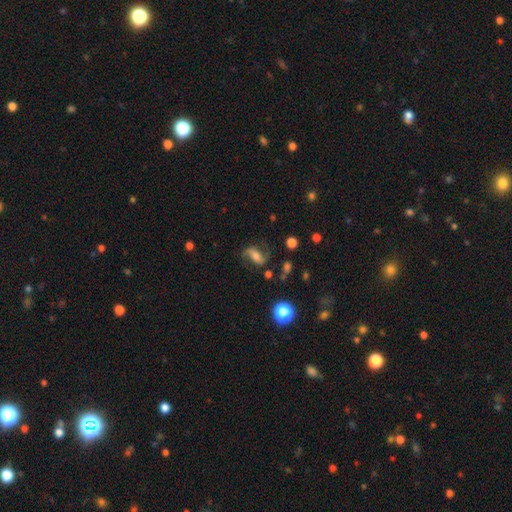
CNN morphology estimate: Smooth or featured?
  - featured or disk: 72% *
  - smooth: 18%
  - star or artifact: 10%
Edge-on disk?
  - no: 95% *
  - yes: 5%
Bar?
  - weak: 37% *
  - no: 32%
  - strong: 31%
Spiral arms?
  - yes: 94% *
  - no: 6%
Spiral winding?
  - loose: 64% *
  - medium: 28%
  - tight: 8%
Spiral arm count?
  - 2: 91% *
  - 1: 3%
  - can't tell: 3%
  - 3: 1%
  - 4: 1%
  - more than 4: 1%
Bulge size?
  - moderate: 45% *
  - small: 31%
  - large: 13%
  - none: 8%
  - dominant: 3%
Merging?
  - none: 71% *
  - minor disturbance: 16%
  - major disturbance: 11%
  - merger: 2%